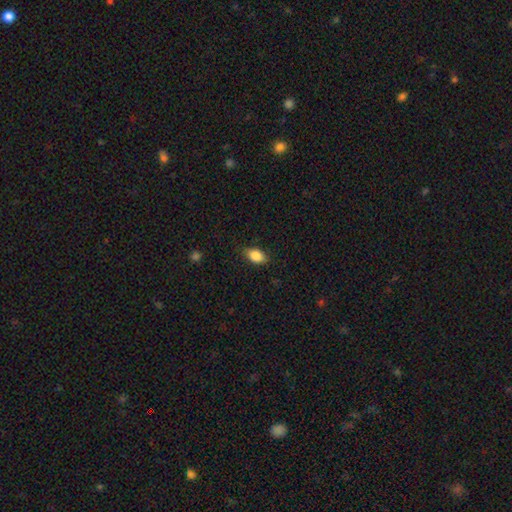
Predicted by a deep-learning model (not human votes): Morphology: type=smooth (86%); roundness=in between (87%); merging=none (82%).